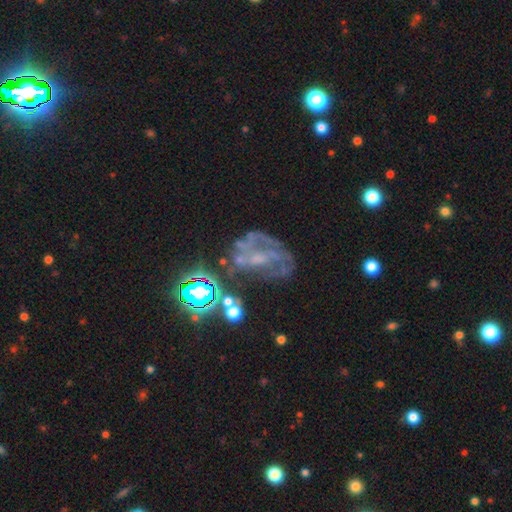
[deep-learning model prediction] Smooth or featured: featured or disk — 65% (star or artifact — 20%)
Edge-on disk: no — 96% (yes — 4%)
Bar: no — 53% (weak — 33%)
Spiral arms: yes — 63% (no — 37%)
Bulge size: none — 38% (small — 37%)
Merging: none — 42% (major disturbance — 28%)